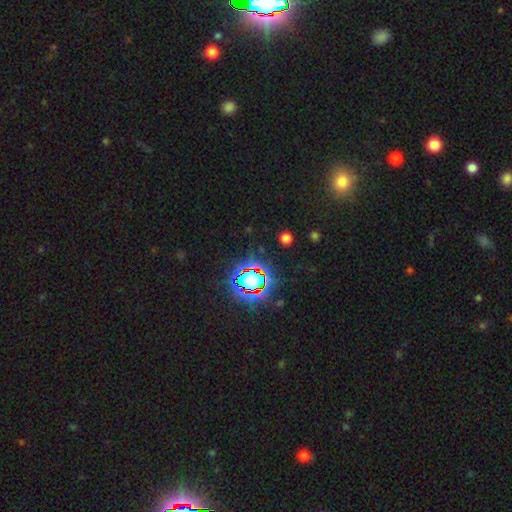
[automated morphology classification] Smooth or featured? star or artifact (80%)